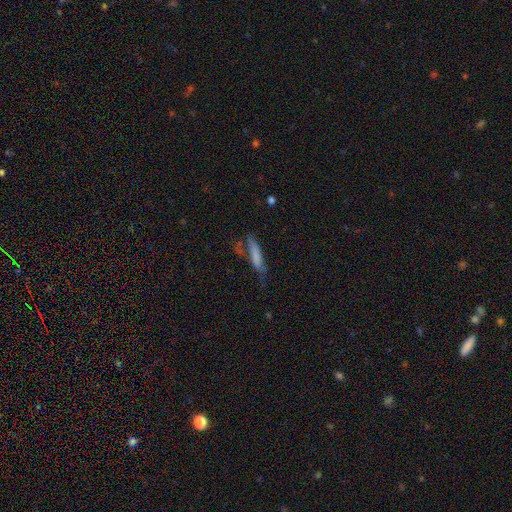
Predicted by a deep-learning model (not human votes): smooth_or_featured: smooth (p=0.71) [alt: featured or disk p=0.21]
how_rounded: cigar-shaped (p=0.78) [alt: in between p=0.21]
merging: none (p=0.50) [alt: minor disturbance p=0.28]